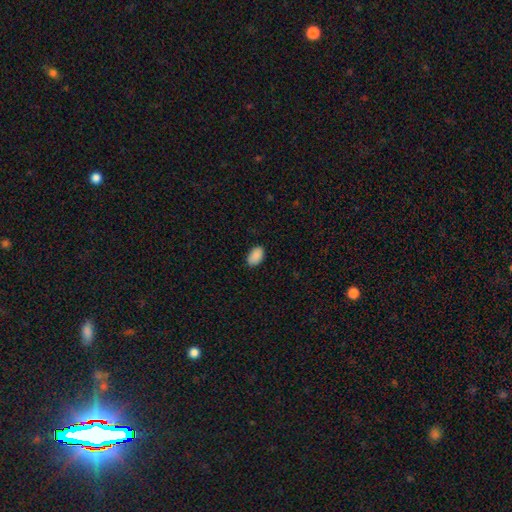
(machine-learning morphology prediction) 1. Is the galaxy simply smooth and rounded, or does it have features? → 90% smooth, 7% star or artifact, 3% featured or disk.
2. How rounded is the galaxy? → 93% in between, 5% round, 1% cigar-shaped.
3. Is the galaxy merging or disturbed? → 87% none, 10% minor disturbance, 2% major disturbance, 1% merger.